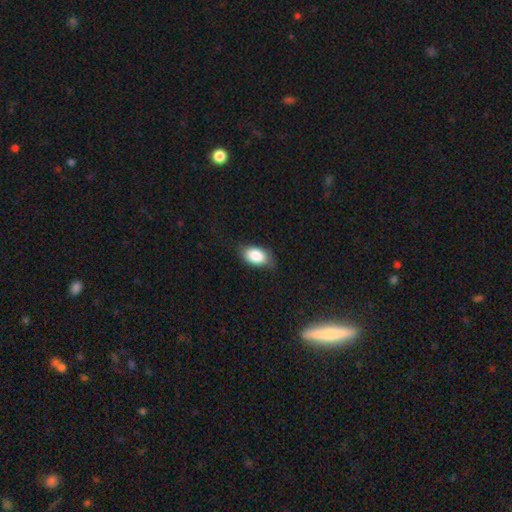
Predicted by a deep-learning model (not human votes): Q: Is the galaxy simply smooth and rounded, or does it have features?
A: smooth — 85%.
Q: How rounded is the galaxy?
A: in between — 90%.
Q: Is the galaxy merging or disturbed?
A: none — 72%.